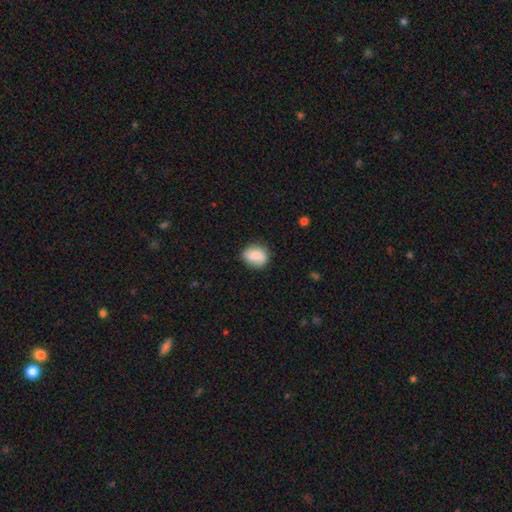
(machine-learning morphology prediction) This is clearly a smooth galaxy (83%). How rounded: possibly round (54%). Merging: likely none (75%).